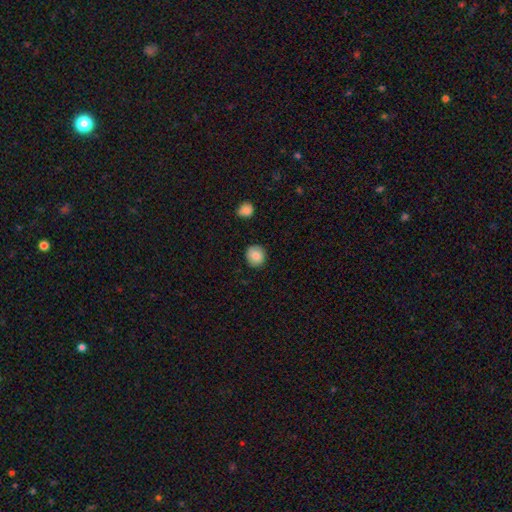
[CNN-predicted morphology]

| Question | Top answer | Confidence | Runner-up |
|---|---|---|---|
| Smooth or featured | smooth | 85% | star or artifact (8%) |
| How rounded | round | 86% | in between (13%) |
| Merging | none | 87% | minor disturbance (9%) |